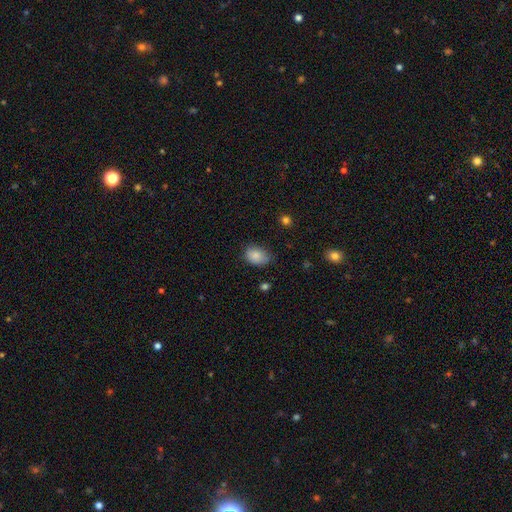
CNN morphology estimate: Smooth or featured? Predicted: smooth (p=0.85). How rounded? Predicted: in between (p=0.81). Merging? Predicted: none (p=0.66).